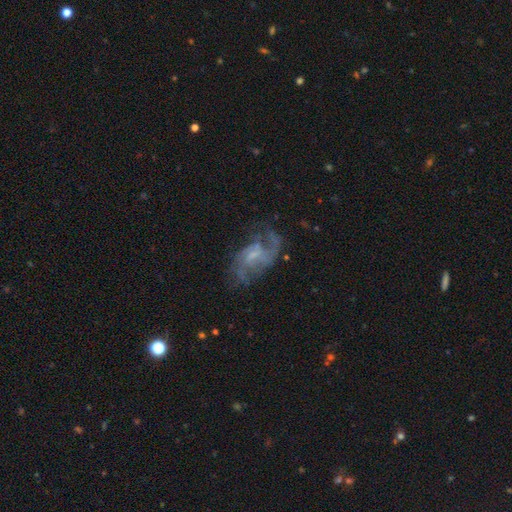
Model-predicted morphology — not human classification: Smooth or featured? Predicted: featured or disk (p=0.71). Edge-on disk? Predicted: no (p=0.95). Bar? Predicted: no (p=0.59). Spiral arms? Predicted: yes (p=0.88). Spiral winding? Predicted: medium (p=0.46). Spiral arm count? Predicted: 2 (p=0.49). Bulge size? Predicted: small (p=0.52). Merging? Predicted: none (p=0.66).